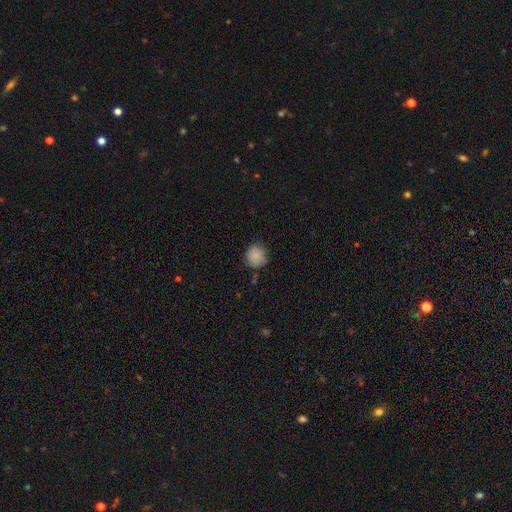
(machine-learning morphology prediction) Q: Smooth or featured?
A: smooth (85%); runner-up: star or artifact (9%)
Q: How rounded?
A: round (89%); runner-up: in between (10%)
Q: Merging?
A: none (79%); runner-up: minor disturbance (16%)